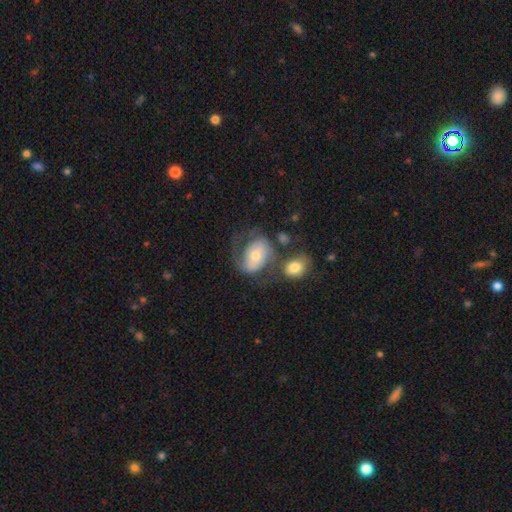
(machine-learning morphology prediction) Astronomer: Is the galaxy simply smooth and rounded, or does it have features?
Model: featured or disk — 55% (runner-up: smooth, 37%).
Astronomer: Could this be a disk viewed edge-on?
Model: no — 96%.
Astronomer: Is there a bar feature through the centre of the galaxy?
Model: no — 63%.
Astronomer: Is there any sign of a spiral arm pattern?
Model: yes — 76%.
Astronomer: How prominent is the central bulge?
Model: moderate — 56% (runner-up: small, 36%).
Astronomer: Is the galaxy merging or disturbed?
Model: none — 36% (runner-up: major disturbance, 22%).